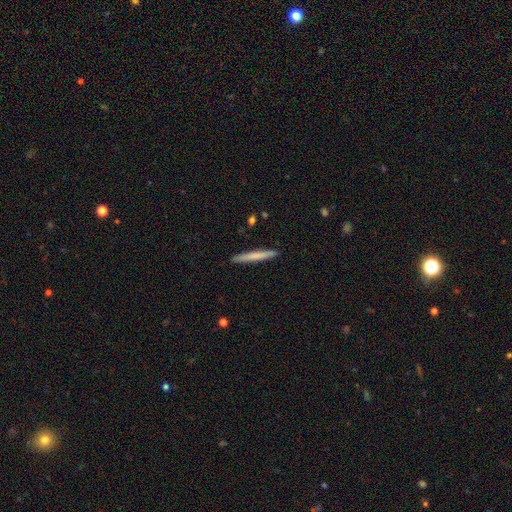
Volunteers were most divided on "smooth or featured": smooth: 66%, featured or disk: 32%, star or artifact: 3%. More confident: how rounded — cigar-shaped (100%); merging — none (97%).